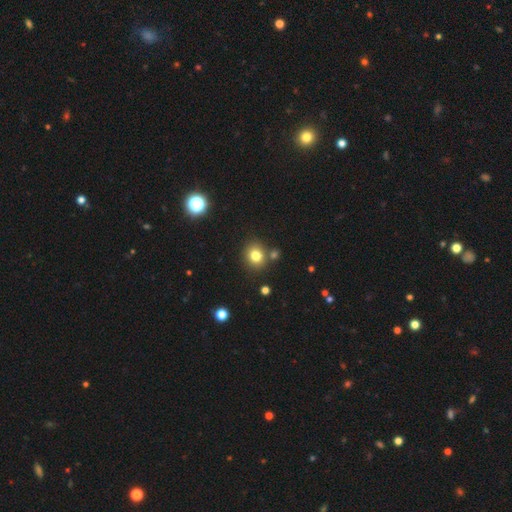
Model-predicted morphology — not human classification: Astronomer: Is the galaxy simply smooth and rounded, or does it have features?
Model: smooth — 79%.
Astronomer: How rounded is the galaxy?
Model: round — 77%.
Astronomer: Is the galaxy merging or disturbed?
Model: none — 77%.